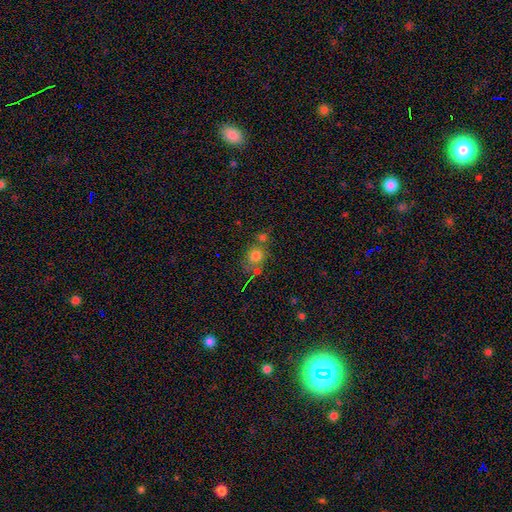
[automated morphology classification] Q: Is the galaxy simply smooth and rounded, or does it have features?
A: smooth — 76%.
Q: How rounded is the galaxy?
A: round — 78%.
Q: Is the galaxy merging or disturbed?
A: none — 54%.